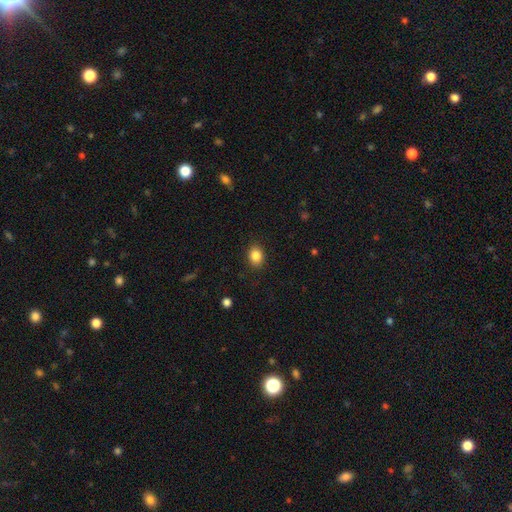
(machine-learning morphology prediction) Smooth or featured: smooth — 85% (star or artifact — 9%)
How rounded: in between — 58% (round — 41%)
Merging: none — 87% (minor disturbance — 9%)